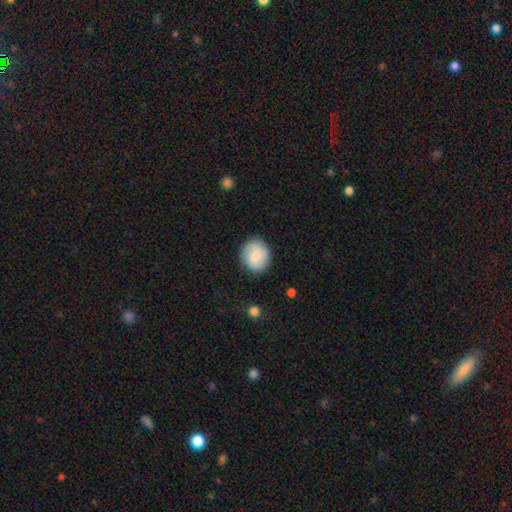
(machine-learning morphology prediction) The model was most divided on "smooth or featured": smooth: 64%, featured or disk: 29%, star or artifact: 7%. More confident: merging — none (84%); how rounded — round (81%).